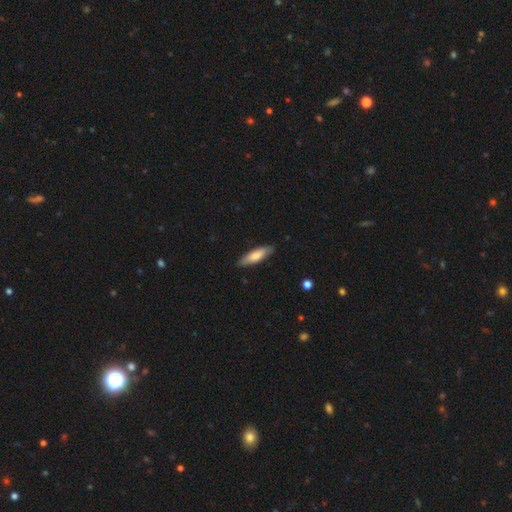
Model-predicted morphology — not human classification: This is likely a smooth galaxy (74%). How rounded: likely cigar-shaped (62%). Merging: clearly none (85%).